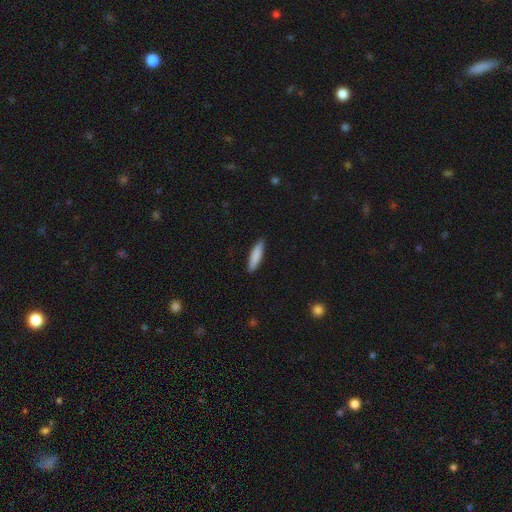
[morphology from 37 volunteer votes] Smooth or featured?
  - smooth: 95% *
  - featured or disk: 3%
  - star or artifact: 3%
How rounded?
  - cigar-shaped: 71% *
  - in between: 29%
  - round: 0%
Merging?
  - none: 89% *
  - minor disturbance: 8%
  - major disturbance: 3%
  - merger: 0%